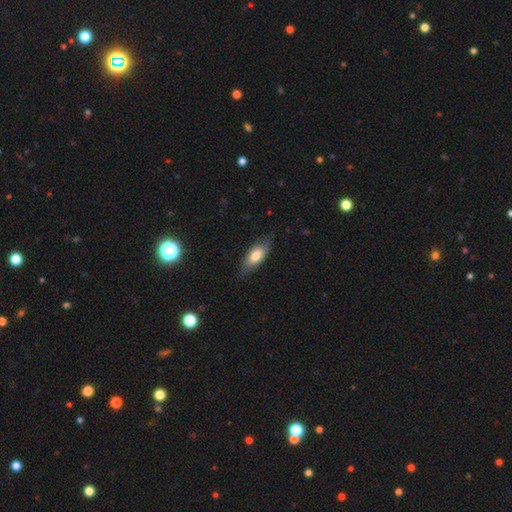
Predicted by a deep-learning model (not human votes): A smooth galaxy with no disk features (73%) that is in between round and cigar-shaped (79%). Merging: none (76%).